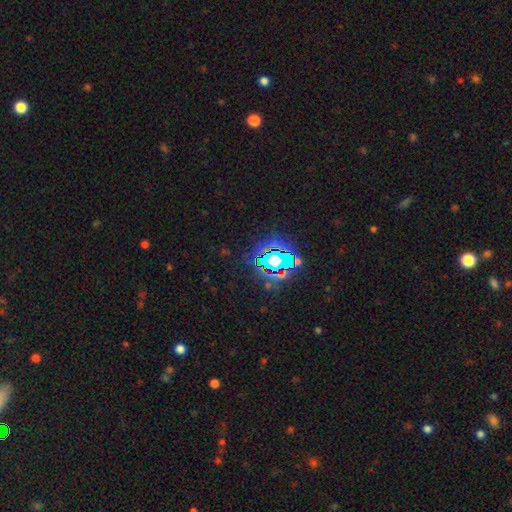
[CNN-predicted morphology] A star or artifact, not a galaxy (83%).

Vote fractions:
- Smooth or featured? star or artifact: 83% / smooth: 10% / featured or disk: 7%